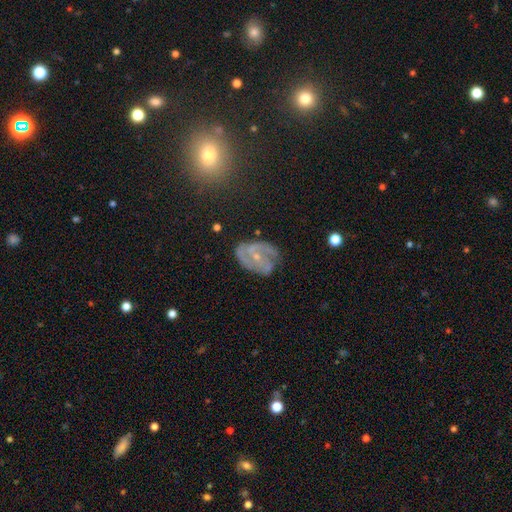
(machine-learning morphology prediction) Smooth or featured? featured or disk (81%)
Edge-on disk? no (97%)
Bar? no (51%)
Spiral arms? yes (92%)
Spiral winding? medium (44%)
Spiral arm count? 2 (51%)
Bulge size? small (75%)
Merging? none (64%)